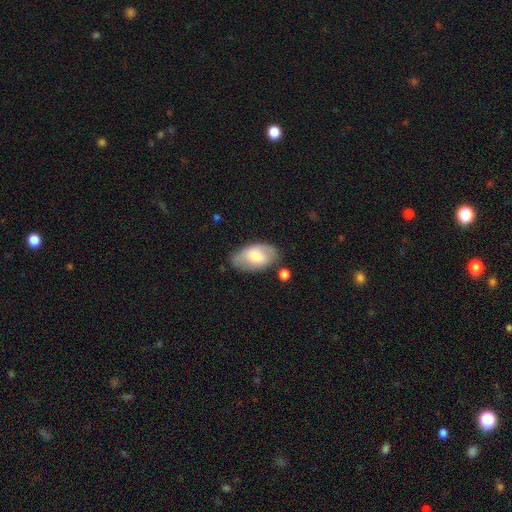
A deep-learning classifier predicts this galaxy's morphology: Smooth or featured? Predicted: smooth (p=0.61). How rounded? Predicted: in between (p=0.93). Merging? Predicted: none (p=0.64).